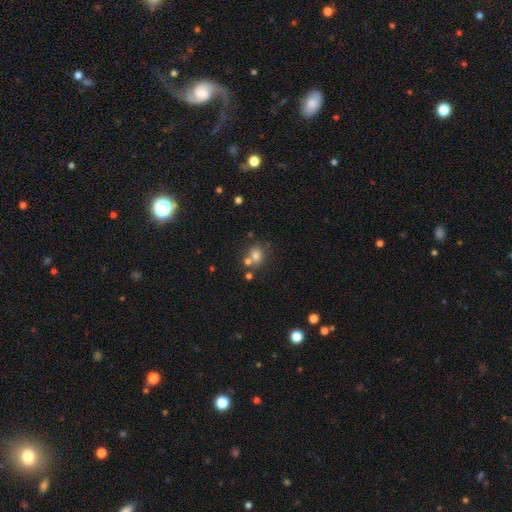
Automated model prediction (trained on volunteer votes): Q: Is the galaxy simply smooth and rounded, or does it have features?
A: smooth — 74%.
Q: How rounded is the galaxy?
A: round — 74%.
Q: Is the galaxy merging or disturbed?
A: none — 57%.